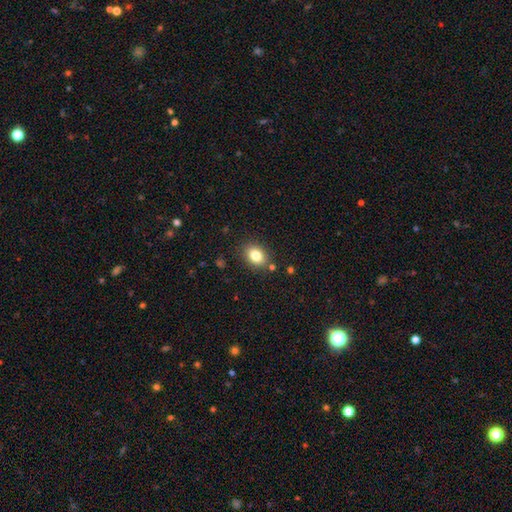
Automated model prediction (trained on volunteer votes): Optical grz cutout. It shows a smooth galaxy with no disk features (82%) that is in between round and cigar-shaped (66%). Merging: none (85%).